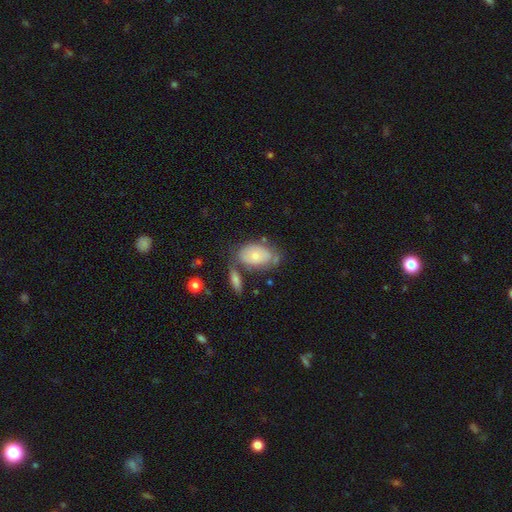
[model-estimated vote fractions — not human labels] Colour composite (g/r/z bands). It shows a smooth galaxy with no disk features (61%) that is in between round and cigar-shaped (87%). Merging: none (49%).